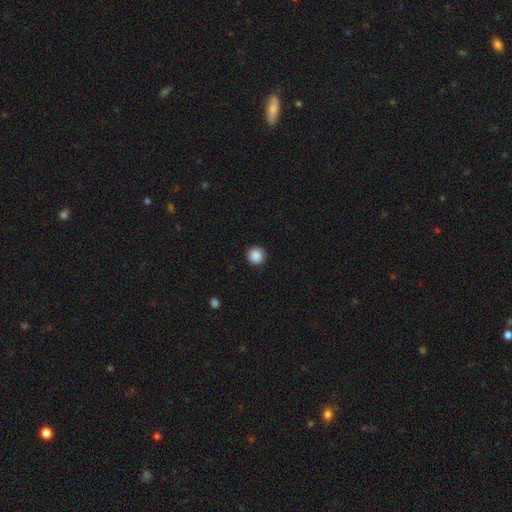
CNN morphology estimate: Smooth or featured? smooth (88%)
How rounded? round (95%)
Merging? none (90%)